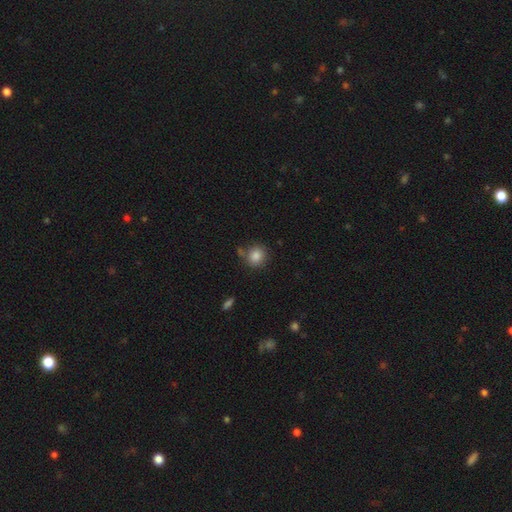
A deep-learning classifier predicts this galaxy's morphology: A smooth galaxy with no disk features (85%) that is round (82%). Merging: none (76%).